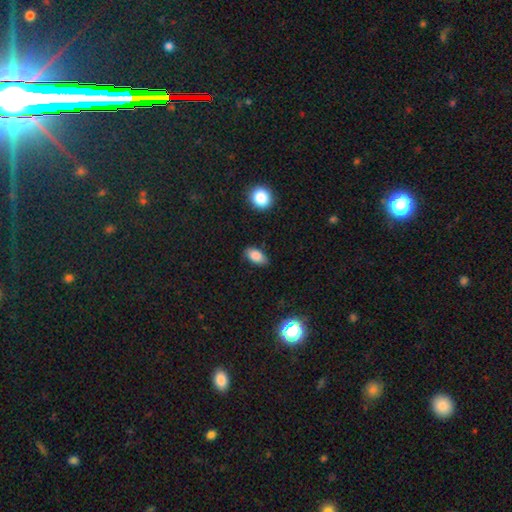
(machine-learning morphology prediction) type=smooth (85%); roundness=in between (91%); merging=none (80%).